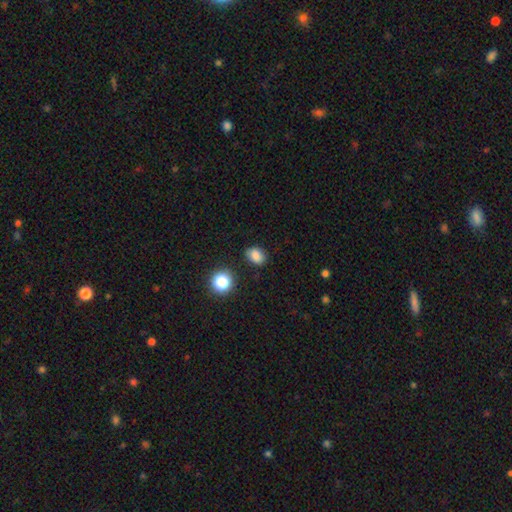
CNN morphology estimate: Smooth or featured: smooth — 85% (star or artifact — 11%)
How rounded: in between — 64% (round — 35%)
Merging: none — 80% (minor disturbance — 14%)